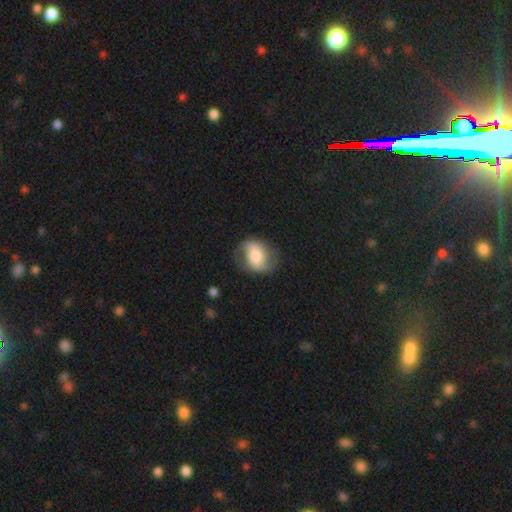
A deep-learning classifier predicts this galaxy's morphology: Smooth or featured: featured or disk — 52% (smooth — 41%)
Edge-on disk: no — 96% (yes — 4%)
Bar: no — 43% (weak — 37%)
Spiral arms: yes — 82% (no — 18%)
Bulge size: moderate — 49% (large — 24%)
Merging: none — 71% (minor disturbance — 19%)